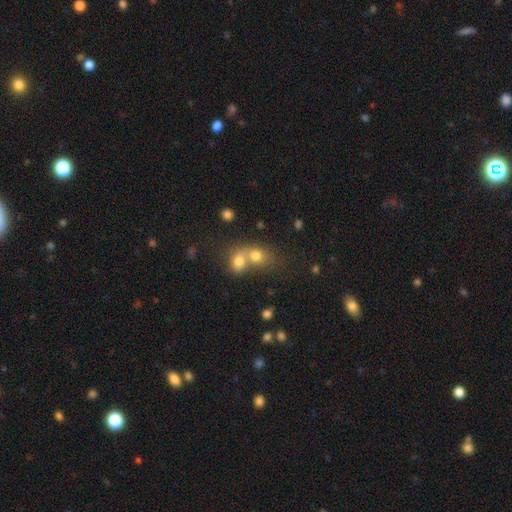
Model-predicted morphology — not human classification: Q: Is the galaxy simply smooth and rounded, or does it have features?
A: smooth — 75%.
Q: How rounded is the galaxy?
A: round — 56%.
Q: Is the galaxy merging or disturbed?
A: merger — 68%.